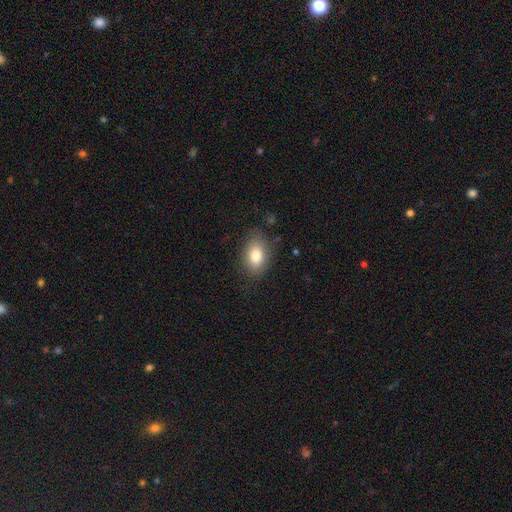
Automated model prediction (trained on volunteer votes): Smooth or featured? smooth (82%)
How rounded? in between (86%)
Merging? none (80%)